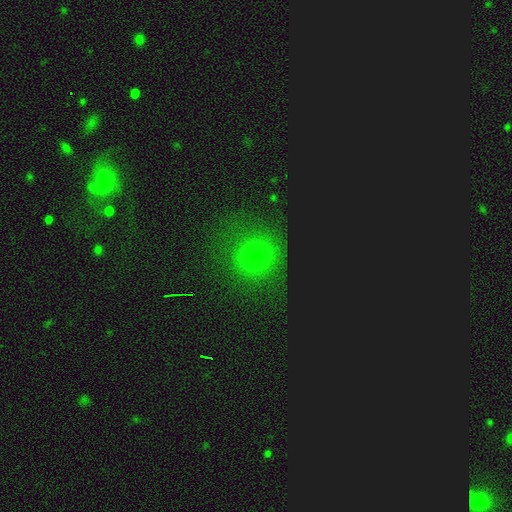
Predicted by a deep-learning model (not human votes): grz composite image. It shows a smooth galaxy with no disk features (60%) that is round (86%). Merging: none (79%).